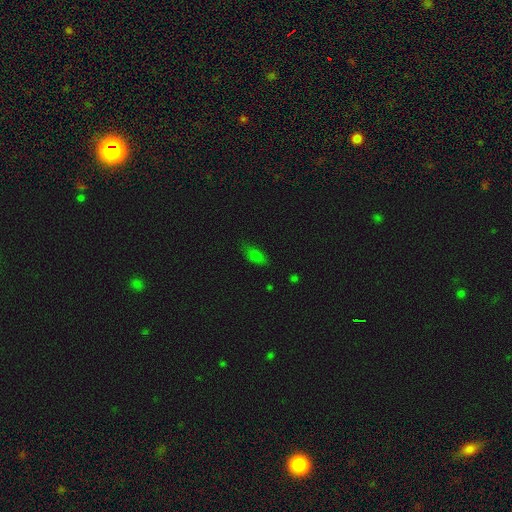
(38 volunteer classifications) Smooth or featured: smooth — 89% (star or artifact — 11%)
How rounded: in between — 91% (cigar-shaped — 9%)
Merging: none — 65% (minor disturbance — 32%)